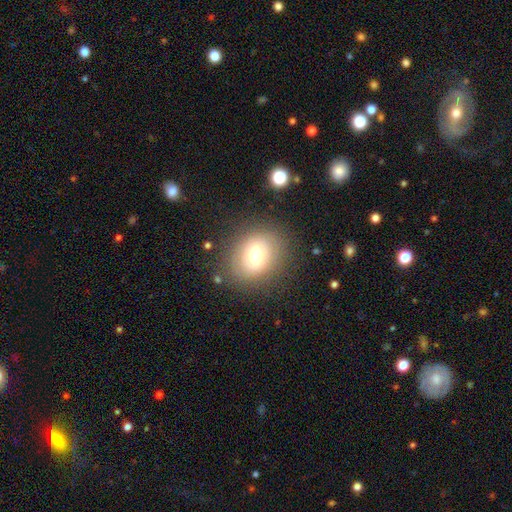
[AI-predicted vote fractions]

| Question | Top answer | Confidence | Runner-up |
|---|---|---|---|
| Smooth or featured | smooth | 63% | featured or disk (26%) |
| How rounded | round | 52% | in between (47%) |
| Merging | none | 80% | minor disturbance (12%) |